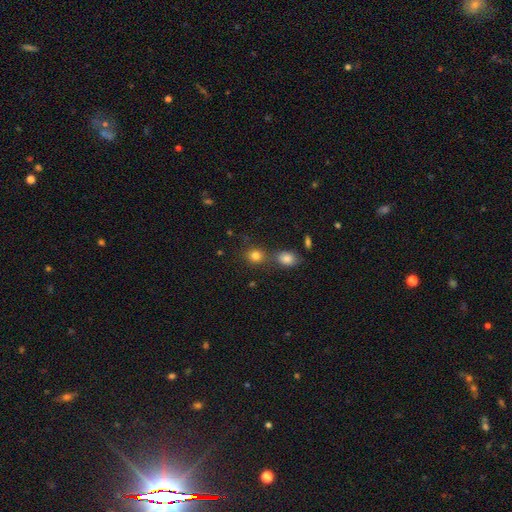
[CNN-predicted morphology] type=smooth (81%); roundness=round (78%); merging=none (59%).